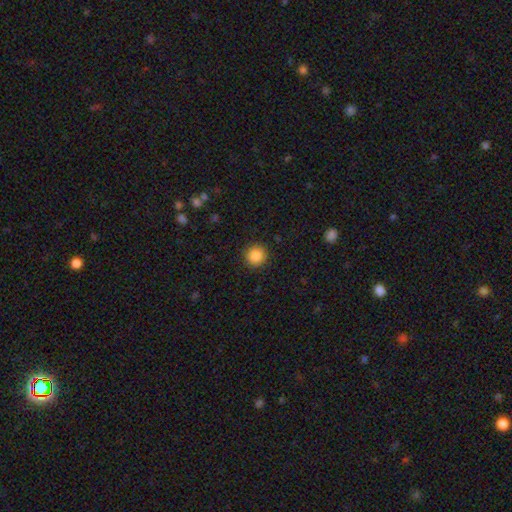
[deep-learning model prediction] This is clearly a smooth galaxy (88%). How rounded: clearly round (94%). Merging: clearly none (91%).